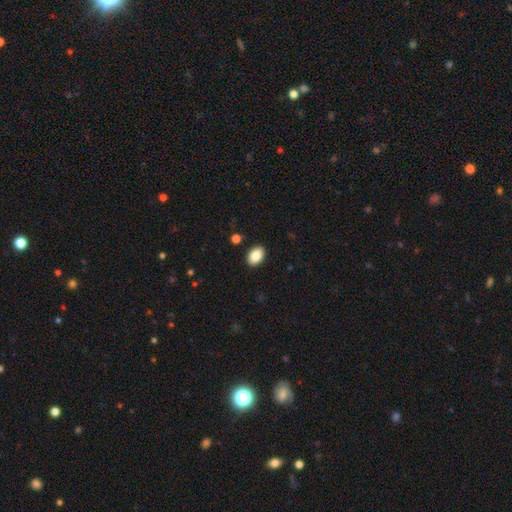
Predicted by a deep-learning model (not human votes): Smooth or featured? Predicted: smooth (p=0.85). How rounded? Predicted: in between (p=0.88). Merging? Predicted: none (p=0.90).